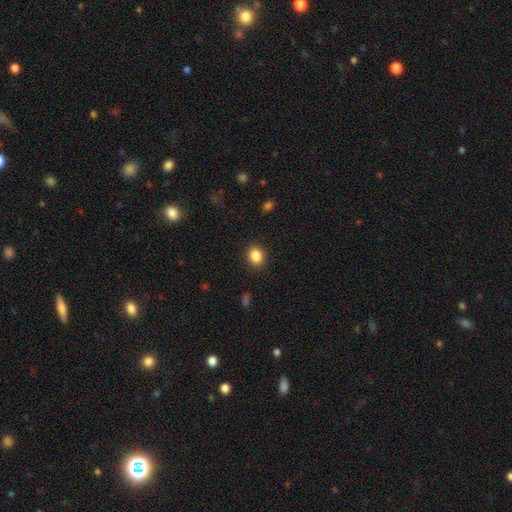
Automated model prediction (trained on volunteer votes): smooth_or_featured: smooth (p=0.86) [alt: star or artifact p=0.09]
how_rounded: round (p=0.58) [alt: in between p=0.41]
merging: none (p=0.90) [alt: minor disturbance p=0.07]